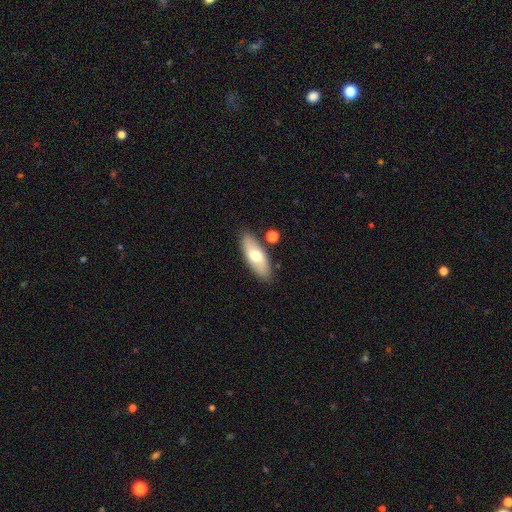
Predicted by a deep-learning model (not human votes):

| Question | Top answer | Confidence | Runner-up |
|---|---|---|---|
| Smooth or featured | smooth | 66% | featured or disk (28%) |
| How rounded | in between | 76% | cigar-shaped (21%) |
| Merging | none | 83% | minor disturbance (11%) |